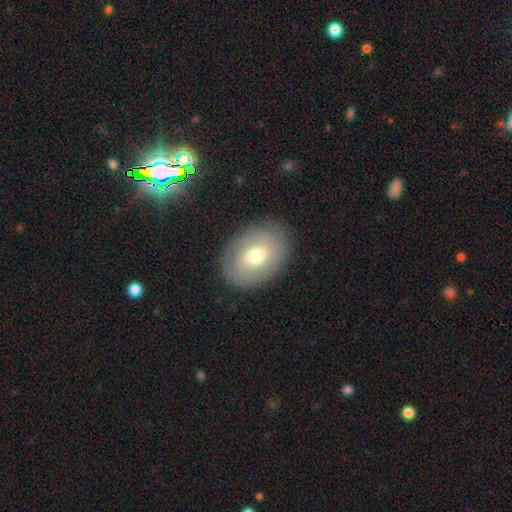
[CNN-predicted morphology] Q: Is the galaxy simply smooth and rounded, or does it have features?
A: smooth — 48%.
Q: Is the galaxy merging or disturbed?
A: none — 83%.